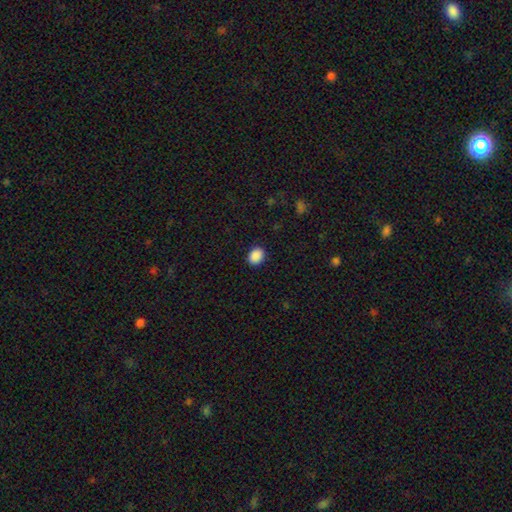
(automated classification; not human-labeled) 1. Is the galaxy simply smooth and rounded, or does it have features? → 90% smooth, 8% star or artifact, 2% featured or disk.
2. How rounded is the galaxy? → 51% round, 49% in between, 1% cigar-shaped.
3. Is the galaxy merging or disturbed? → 90% none, 7% minor disturbance, 2% major disturbance, 1% merger.